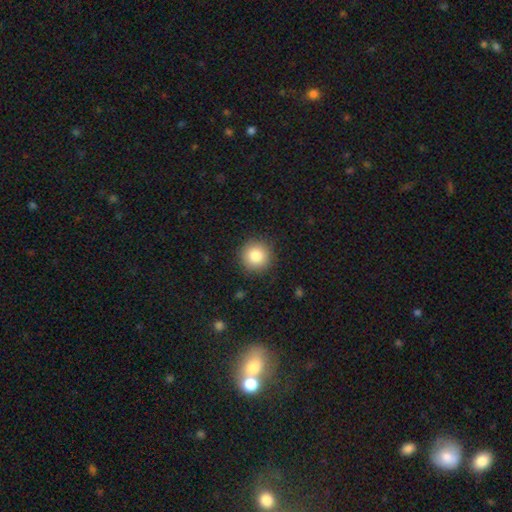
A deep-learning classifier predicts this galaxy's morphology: This appears to be a smooth galaxy with no disk features (84%) that is round (95%). Merging: none (90%).